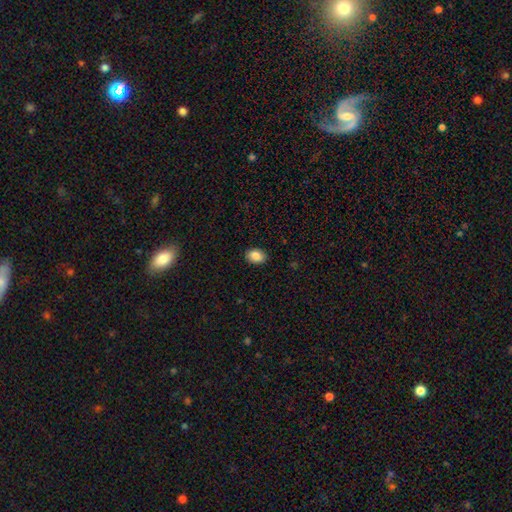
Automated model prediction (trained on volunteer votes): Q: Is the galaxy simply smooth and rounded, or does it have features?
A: smooth — 87%.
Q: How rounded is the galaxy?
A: in between — 75%.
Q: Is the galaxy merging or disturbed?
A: none — 90%.